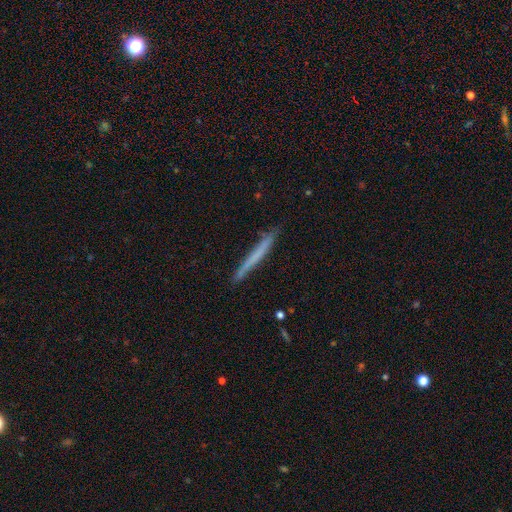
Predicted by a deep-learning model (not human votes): Smooth or featured: smooth — 55% (featured or disk — 39%)
How rounded: cigar-shaped — 97% (in between — 2%)
Merging: none — 85% (minor disturbance — 12%)